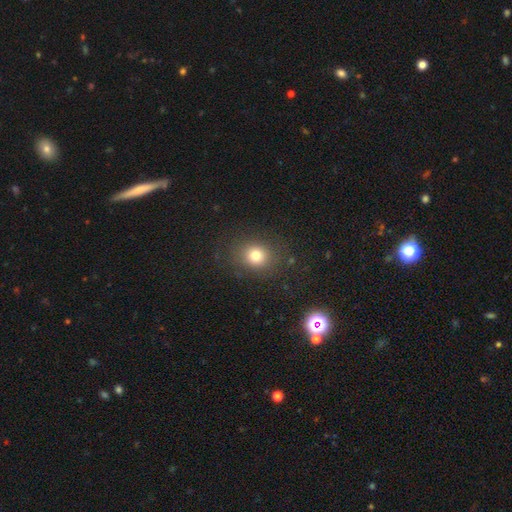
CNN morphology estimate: Smooth or featured?
  - smooth: 76% *
  - star or artifact: 15%
  - featured or disk: 9%
How rounded?
  - round: 74% *
  - in between: 25%
  - cigar-shaped: 1%
Merging?
  - none: 85% *
  - minor disturbance: 9%
  - major disturbance: 5%
  - merger: 1%